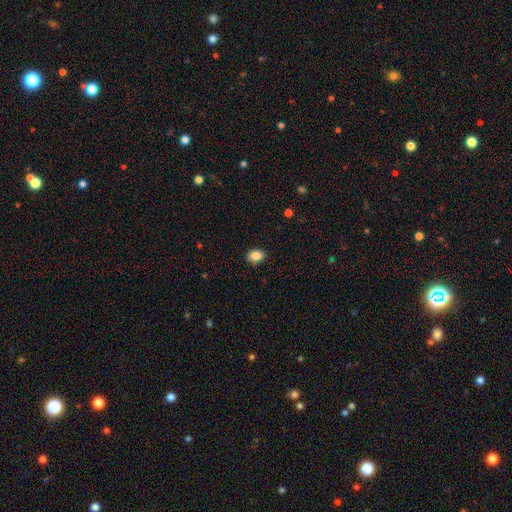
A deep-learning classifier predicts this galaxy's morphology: Smooth or featured: smooth — 86% (star or artifact — 9%)
How rounded: in between — 65% (round — 34%)
Merging: none — 88% (minor disturbance — 9%)